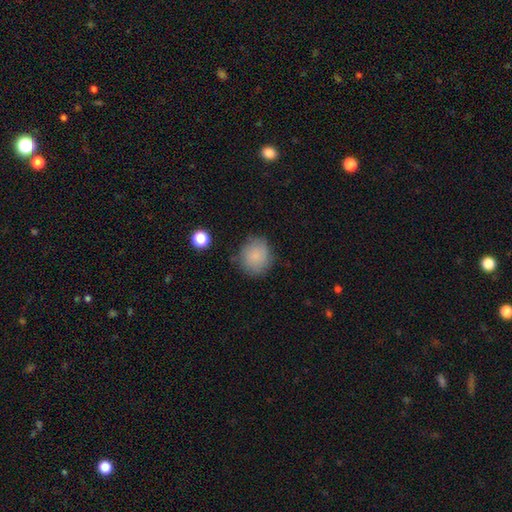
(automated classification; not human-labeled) Overall: smooth (81%). How rounded: round (81%). Merging: none (73%).